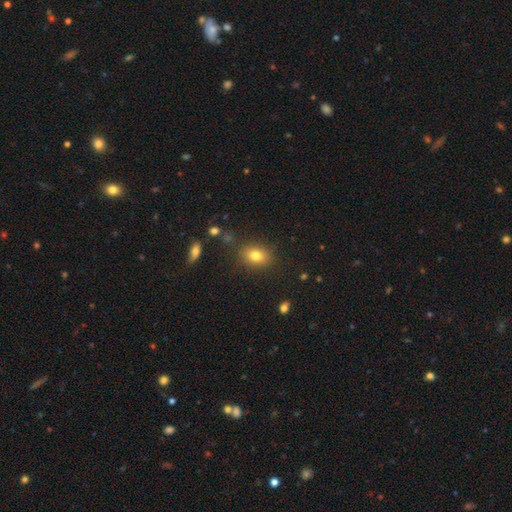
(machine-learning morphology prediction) This appears to be a smooth galaxy with no disk features (80%) that is in between round and cigar-shaped (67%). Merging: none (84%).